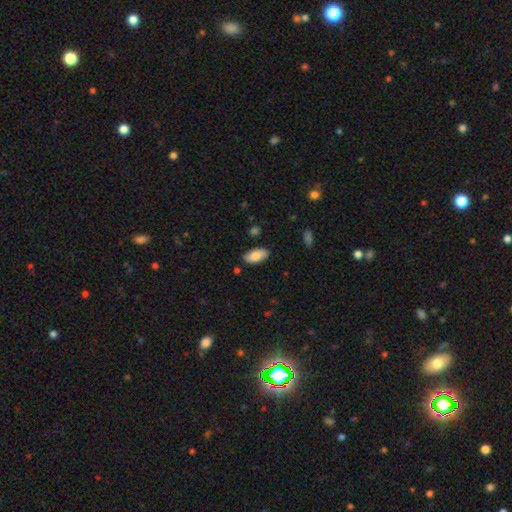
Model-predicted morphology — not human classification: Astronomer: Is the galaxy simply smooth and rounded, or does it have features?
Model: smooth — 82%.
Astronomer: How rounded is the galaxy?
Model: in between — 91%.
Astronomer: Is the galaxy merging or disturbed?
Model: none — 84%.